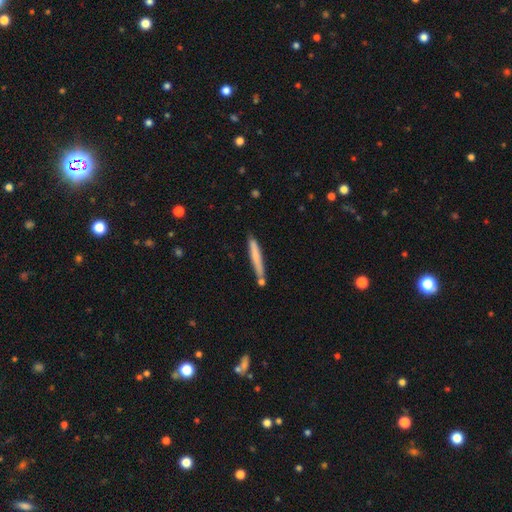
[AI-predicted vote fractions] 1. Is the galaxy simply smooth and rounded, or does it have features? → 70% smooth, 24% featured or disk, 6% star or artifact.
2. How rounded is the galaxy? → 96% cigar-shaped, 3% in between, 1% round.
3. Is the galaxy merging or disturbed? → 77% none, 13% minor disturbance, 8% merger, 3% major disturbance.